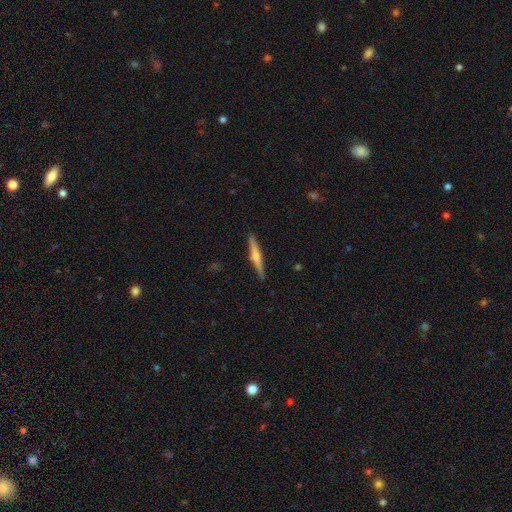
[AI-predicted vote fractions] Smooth or featured: featured or disk — 65% (smooth — 29%)
Edge-on disk: yes — 98% (no — 2%)
Edge-on bulge: rounded — 80% (none — 11%)
Merging: none — 91% (minor disturbance — 7%)